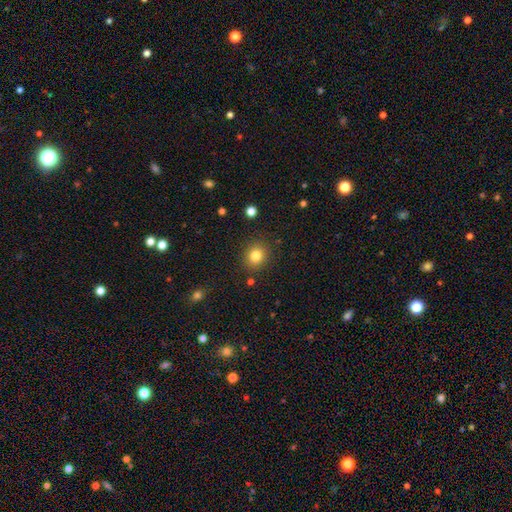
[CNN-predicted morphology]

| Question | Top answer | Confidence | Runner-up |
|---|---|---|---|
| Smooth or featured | smooth | 82% | star or artifact (12%) |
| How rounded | round | 76% | in between (23%) |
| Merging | none | 87% | minor disturbance (8%) |